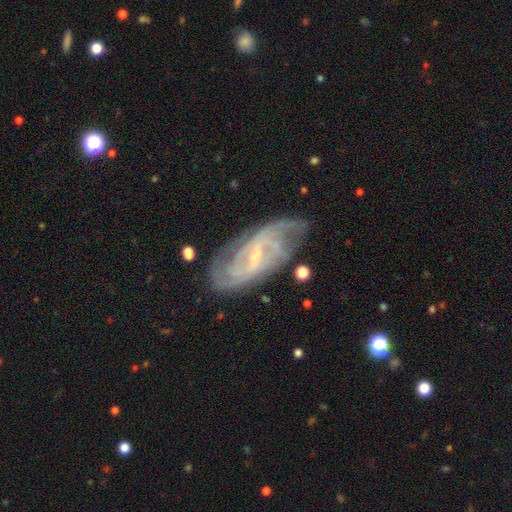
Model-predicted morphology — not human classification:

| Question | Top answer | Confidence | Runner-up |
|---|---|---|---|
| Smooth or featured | featured or disk | 84% | smooth (9%) |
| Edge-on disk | no | 92% | yes (8%) |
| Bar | weak | 49% | strong (33%) |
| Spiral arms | yes | 94% | no (6%) |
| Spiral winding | tight | 43% | medium (40%) |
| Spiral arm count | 2 | 41% | can't tell (27%) |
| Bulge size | small | 73% | moderate (16%) |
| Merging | none | 69% | minor disturbance (20%) |